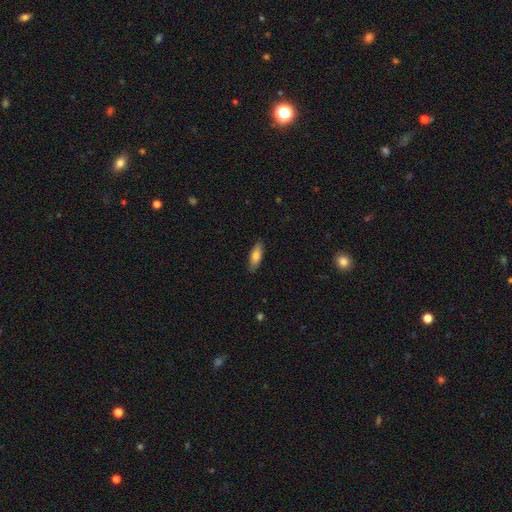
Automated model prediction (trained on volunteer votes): The model was most divided on "how rounded": in between: 64%, cigar-shaped: 34%, round: 2%. More confident: merging — none (87%); smooth or featured — smooth (77%).